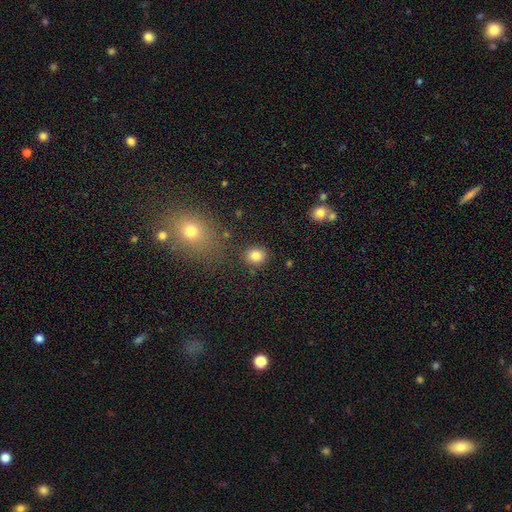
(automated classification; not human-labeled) Overall: smooth (83%). How rounded: round (75%). Merging: none (85%).